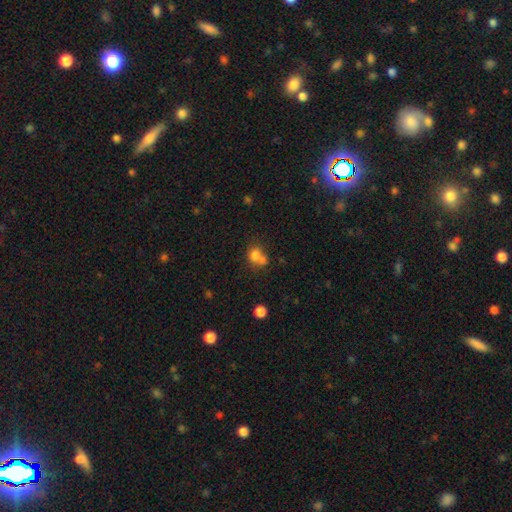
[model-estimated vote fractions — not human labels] smooth 76%, star or artifact 12%, featured or disk 12%. Down the decision tree: how rounded — round (68%); merging — merger (50%).